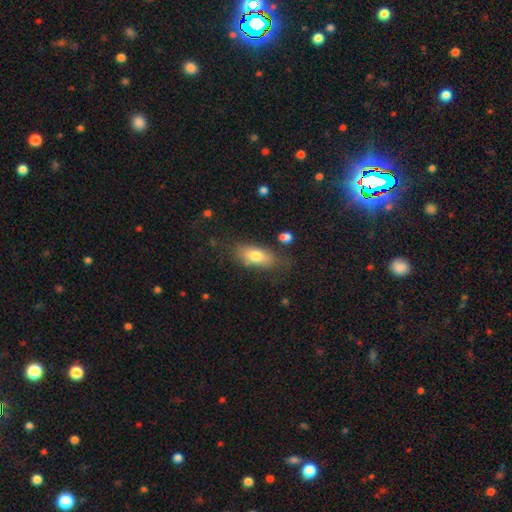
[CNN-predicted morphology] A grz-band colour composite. It shows a smooth galaxy with no disk features (76%) that is in between round and cigar-shaped (83%). Merging: none (66%).